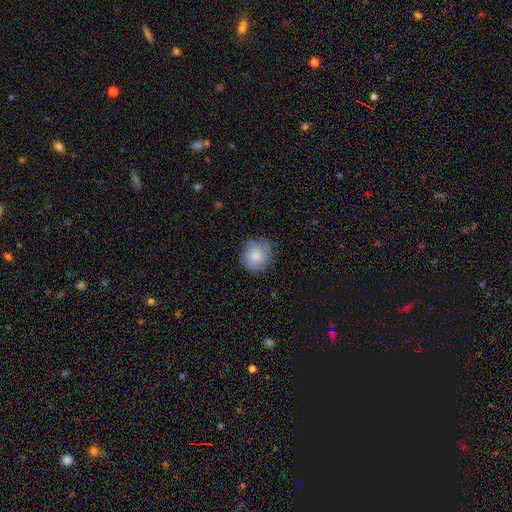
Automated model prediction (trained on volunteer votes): This is likely a smooth galaxy (80%). How rounded: clearly round (87%). Merging: likely none (76%).